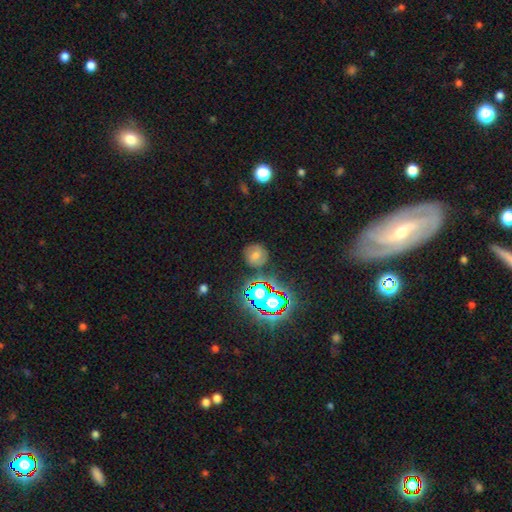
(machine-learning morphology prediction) smooth_or_featured: star or artifact (p=0.36) [tied with: smooth p=0.36]